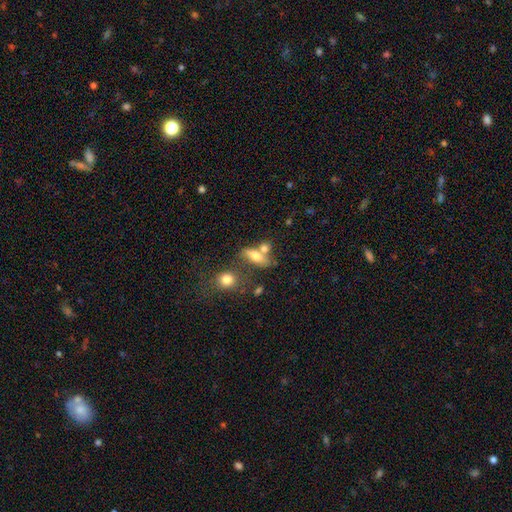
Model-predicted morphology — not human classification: smooth_or_featured: smooth (p=0.71) [alt: featured or disk p=0.19]
how_rounded: in between (p=0.71) [alt: cigar-shaped p=0.19]
merging: none (p=0.41) [alt: merger p=0.37]